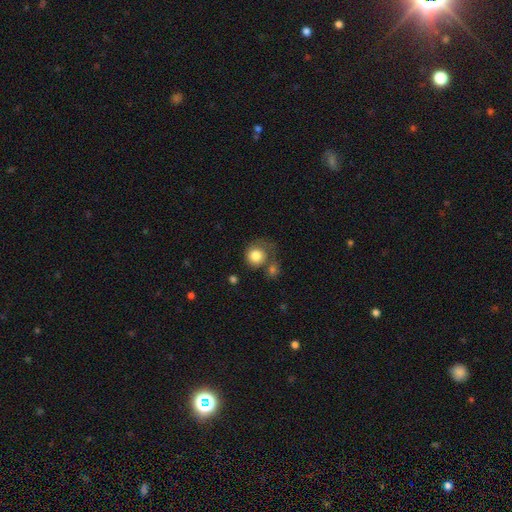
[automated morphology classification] smooth-or-featured: smooth: 80% | featured or disk: 12% | star or artifact: 8%
  how-rounded: round: 86% | in between: 13% | cigar-shaped: 1%
  merging: none: 43% | merger: 22% | minor disturbance: 19% | major disturbance: 16%